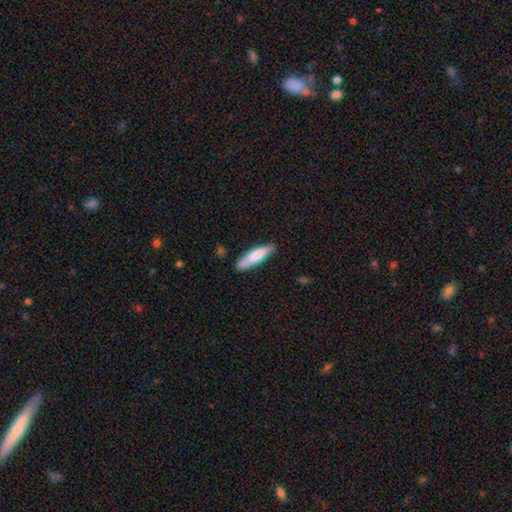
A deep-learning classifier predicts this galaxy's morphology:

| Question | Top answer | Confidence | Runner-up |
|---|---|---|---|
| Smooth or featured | smooth | 76% | featured or disk (19%) |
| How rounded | cigar-shaped | 66% | in between (33%) |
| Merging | none | 74% | minor disturbance (19%) |